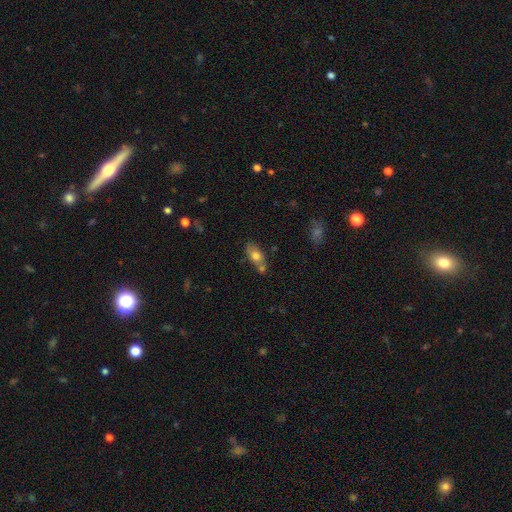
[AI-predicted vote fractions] Smooth or featured? smooth (72%)
How rounded? in between (83%)
Merging? none (55%)